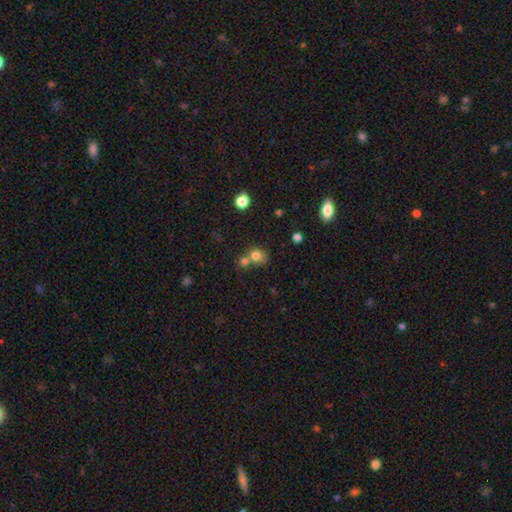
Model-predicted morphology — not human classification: Smooth or featured? smooth (77%)
How rounded? round (68%)
Merging? merger (44%)